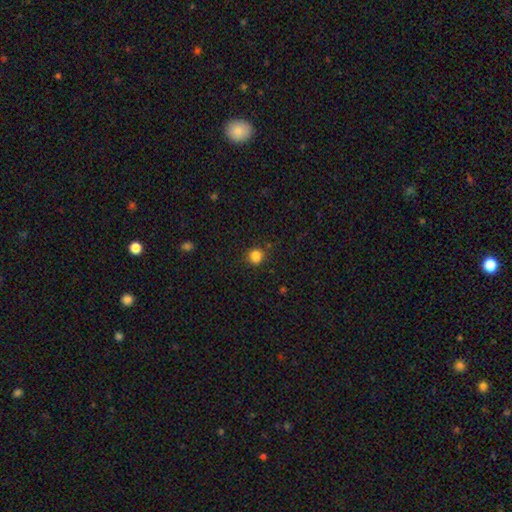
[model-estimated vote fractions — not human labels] Overall: smooth (83%). How rounded: round (85%). Merging: none (82%).